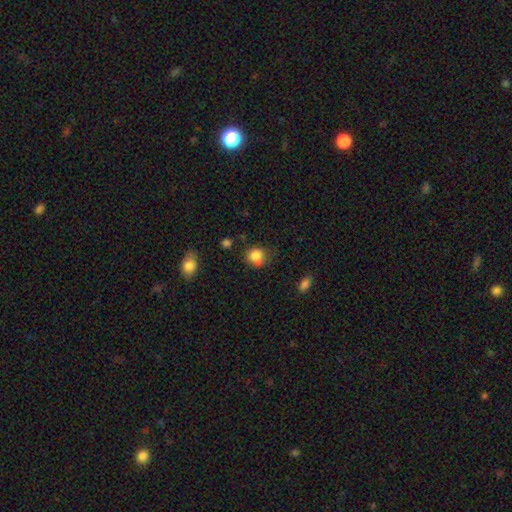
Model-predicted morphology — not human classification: Smooth or featured: smooth — 84% (star or artifact — 10%)
How rounded: round — 75% (in between — 24%)
Merging: none — 62% (minor disturbance — 26%)